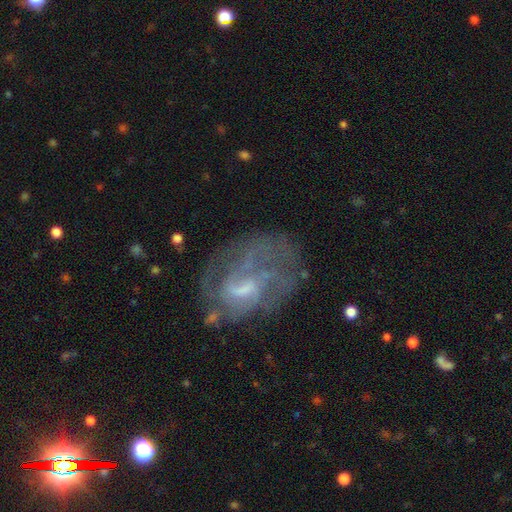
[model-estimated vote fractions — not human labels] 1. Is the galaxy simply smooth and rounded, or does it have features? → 66% featured or disk, 18% star or artifact, 16% smooth.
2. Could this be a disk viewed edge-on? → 96% no, 4% yes.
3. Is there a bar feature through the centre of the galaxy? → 49% weak, 37% no, 14% strong.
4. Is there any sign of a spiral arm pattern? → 76% yes, 24% no.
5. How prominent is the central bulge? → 50% small, 34% moderate, 12% none, 3% large, 1% dominant.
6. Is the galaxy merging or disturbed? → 63% none, 19% minor disturbance, 15% major disturbance, 2% merger.